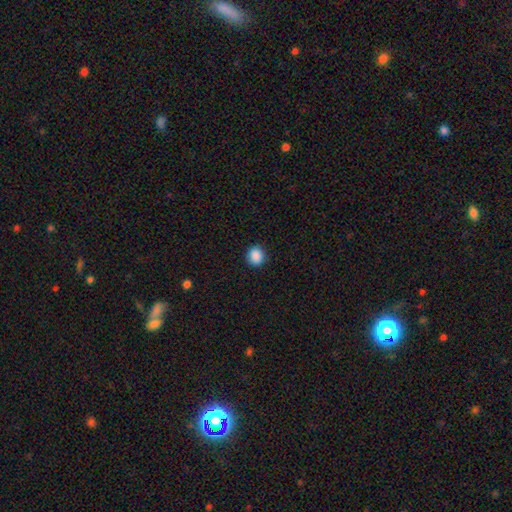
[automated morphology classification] smooth_or_featured: smooth (p=0.89) [alt: star or artifact p=0.09]
how_rounded: round (p=0.75) [alt: in between p=0.24]
merging: none (p=0.90) [alt: minor disturbance p=0.07]